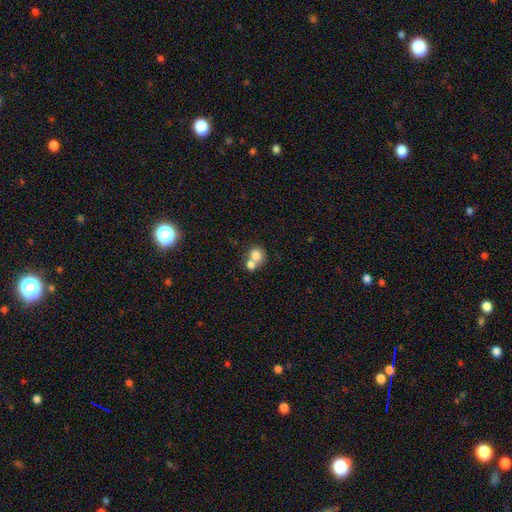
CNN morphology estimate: This is likely a smooth galaxy (77%). How rounded: likely round (77%). Merging: possibly merger (57%).